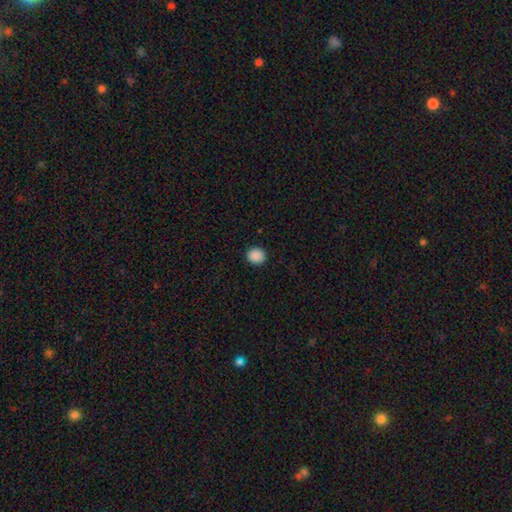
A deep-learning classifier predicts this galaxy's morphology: This is clearly a smooth galaxy (89%). How rounded: clearly round (86%). Merging: clearly none (91%).